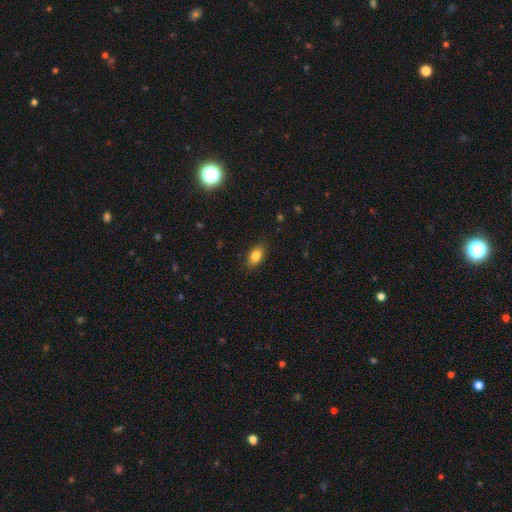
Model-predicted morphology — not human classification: Smooth or featured: smooth — 85% (star or artifact — 8%)
How rounded: in between — 88% (round — 7%)
Merging: none — 86% (minor disturbance — 11%)